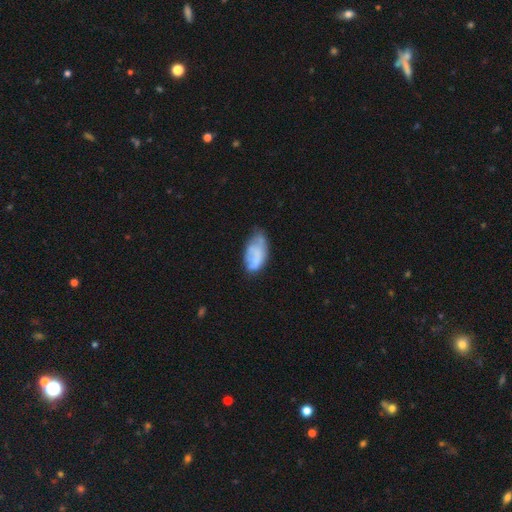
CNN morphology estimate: A smooth galaxy with no disk features (59%) that is in between round and cigar-shaped (93%). Merging: none (42%).